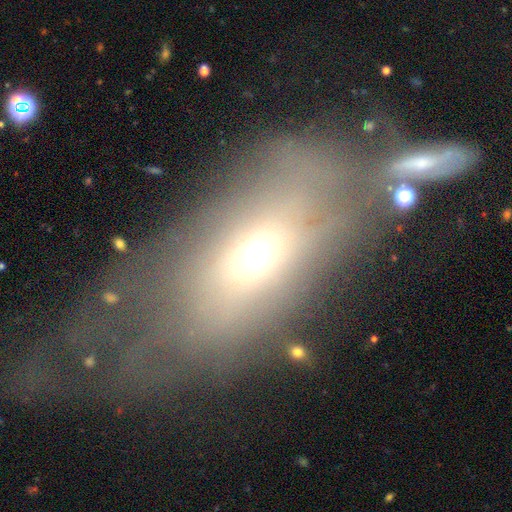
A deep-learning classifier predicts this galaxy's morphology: smooth 49%, featured or disk 35%, star or artifact 16%. Down the decision tree: merging — major disturbance (34%).